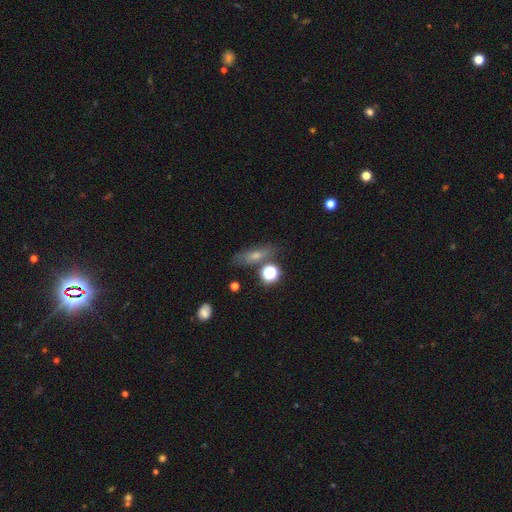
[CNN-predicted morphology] Smooth or featured?
  - smooth: 49% *
  - featured or disk: 31%
  - star or artifact: 20%
Merging?
  - none: 69% *
  - minor disturbance: 16%
  - merger: 9%
  - major disturbance: 7%